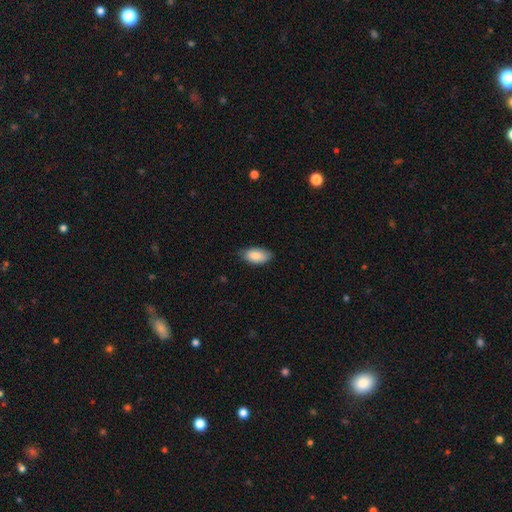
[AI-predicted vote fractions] smooth-or-featured: smooth: 87% | featured or disk: 7% | star or artifact: 6%
  how-rounded: in between: 93% | cigar-shaped: 4% | round: 3%
  merging: none: 78% | minor disturbance: 19% | major disturbance: 3% | merger: 1%